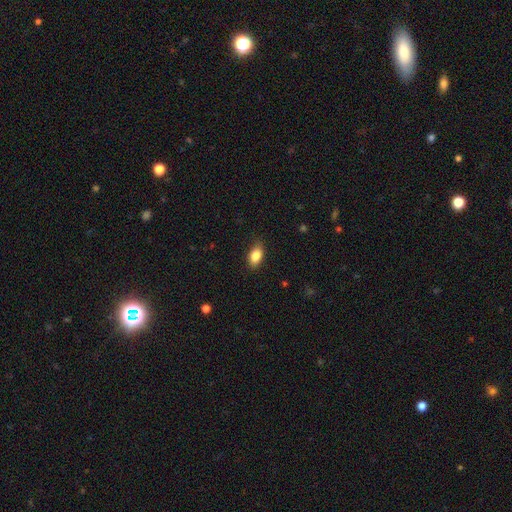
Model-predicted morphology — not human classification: smooth 86%, star or artifact 8%, featured or disk 7%. Down the decision tree: how rounded — in between (89%); merging — none (83%).